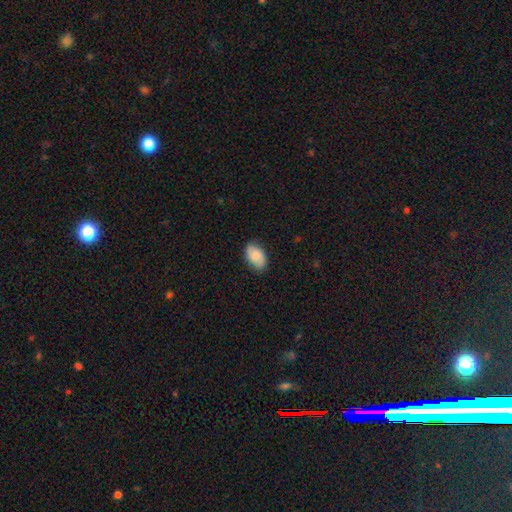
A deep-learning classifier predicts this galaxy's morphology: Smooth or featured? smooth (78%)
How rounded? in between (91%)
Merging? none (81%)